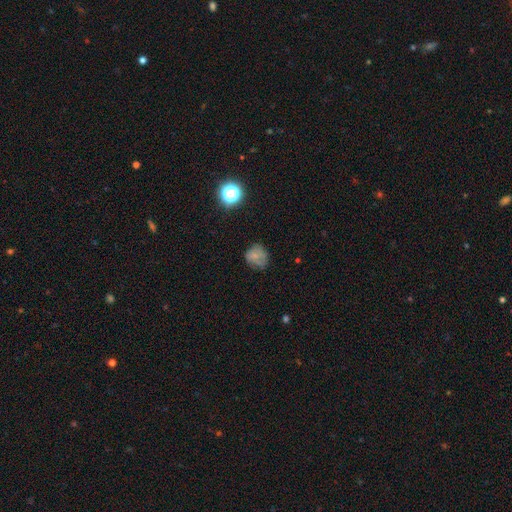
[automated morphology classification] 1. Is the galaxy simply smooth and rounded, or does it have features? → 63% smooth, 21% featured or disk, 16% star or artifact.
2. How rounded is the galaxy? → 76% round, 24% in between, 1% cigar-shaped.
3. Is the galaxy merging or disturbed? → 61% none, 26% minor disturbance, 11% major disturbance, 2% merger.